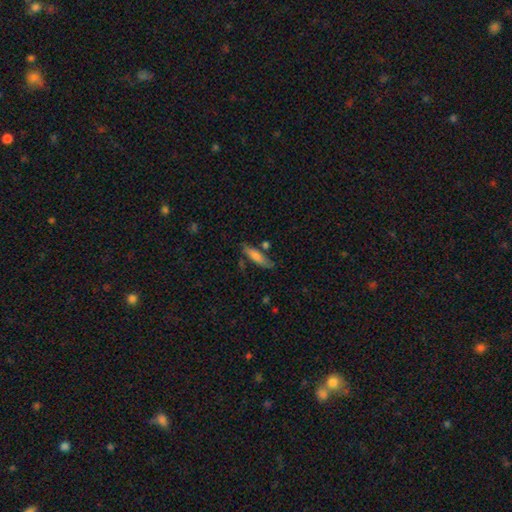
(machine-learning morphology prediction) Smooth or featured: smooth — 70% (featured or disk — 23%)
How rounded: cigar-shaped — 70% (in between — 28%)
Merging: none — 71% (minor disturbance — 17%)